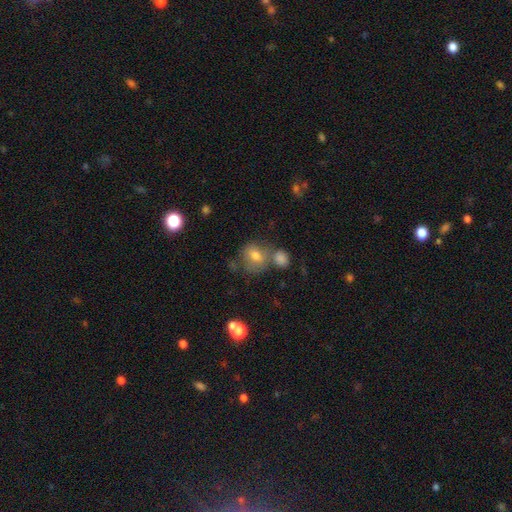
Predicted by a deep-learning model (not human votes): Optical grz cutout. It shows a smooth galaxy with no disk features (70%) that is round (67%). Merging: none (53%).